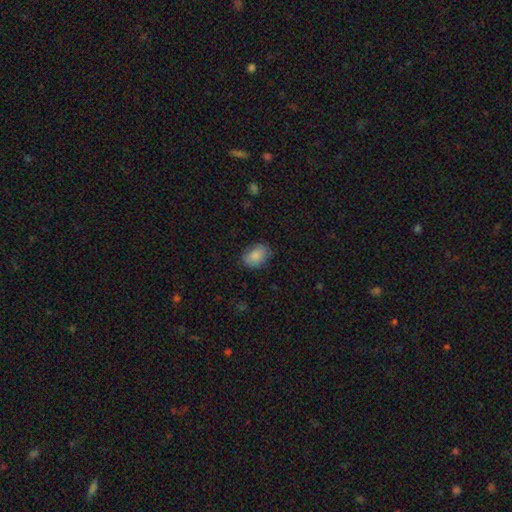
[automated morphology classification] Overall: smooth (86%). How rounded: in between (74%). Merging: none (78%).